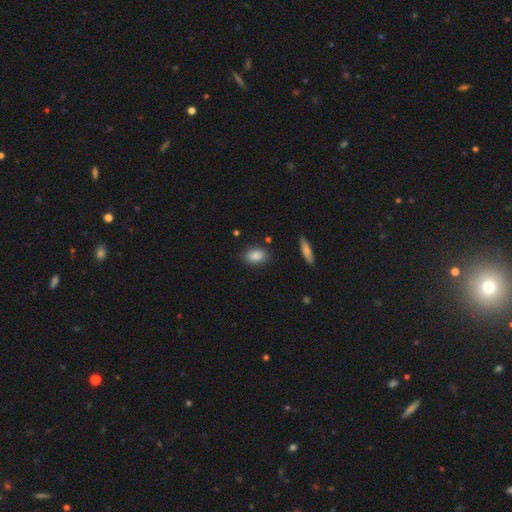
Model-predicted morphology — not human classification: Overall: smooth (87%). How rounded: in between (87%). Merging: none (85%).